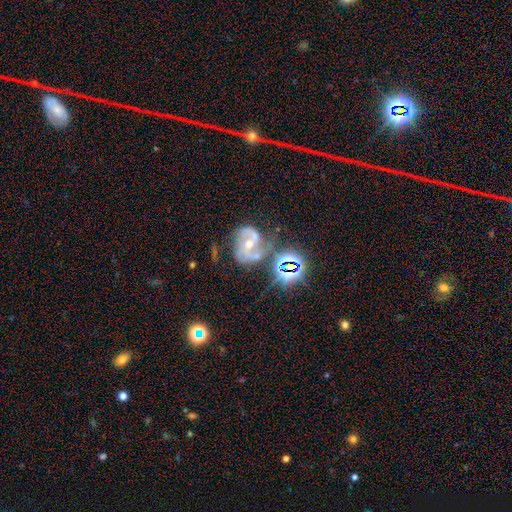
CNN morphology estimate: featured or disk 75%, star or artifact 17%, smooth 9%. Down the decision tree: edge-on disk — no (98%); bar — no (50%); spiral arms — yes (94%); spiral arm count — 2 (72%); spiral winding — medium (53%); bulge size — moderate (55%); merging — none (45%).